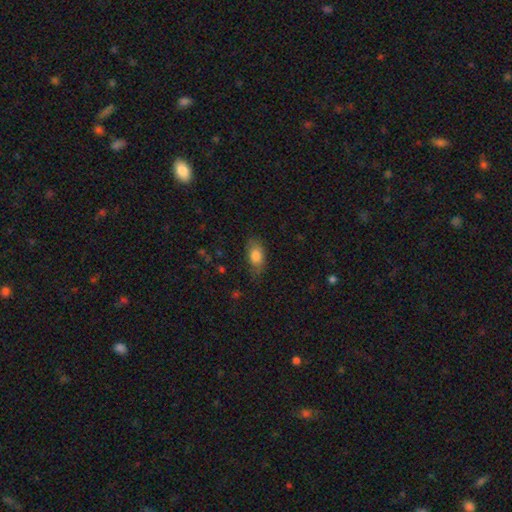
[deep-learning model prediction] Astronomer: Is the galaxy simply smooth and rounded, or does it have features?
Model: smooth — 82%.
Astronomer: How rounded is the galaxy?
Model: in between — 88%.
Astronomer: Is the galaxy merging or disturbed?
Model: none — 74%.